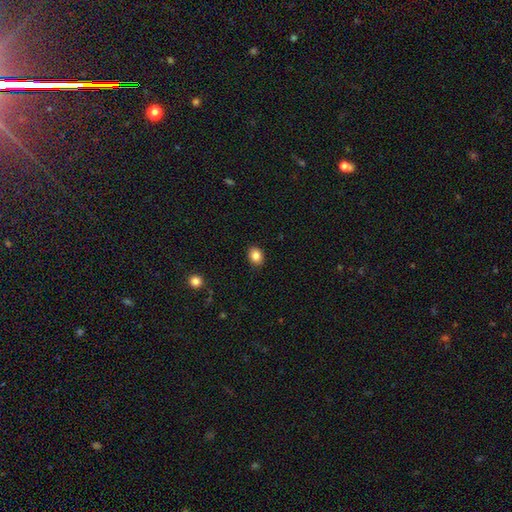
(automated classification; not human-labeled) Smooth or featured?
  - smooth: 85% *
  - star or artifact: 9%
  - featured or disk: 6%
How rounded?
  - in between: 56% *
  - round: 43%
  - cigar-shaped: 1%
Merging?
  - none: 89% *
  - minor disturbance: 8%
  - major disturbance: 2%
  - merger: 1%